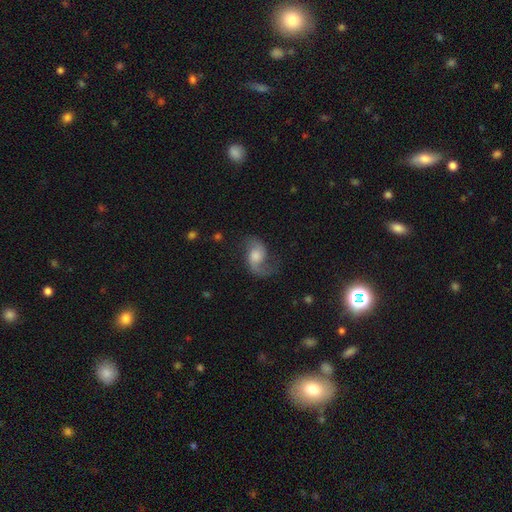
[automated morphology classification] This is likely a featured or disk galaxy (78%). It is clearly not viewed edge-on (97%). Bar: possibly no (60%). Spiral arm pattern: clearly yes (95%). Spiral arm count: clearly 2 (81%). Spiral winding: likely loose (66%). Central bulge: marginally moderate (42%). Merging: likely none (62%).